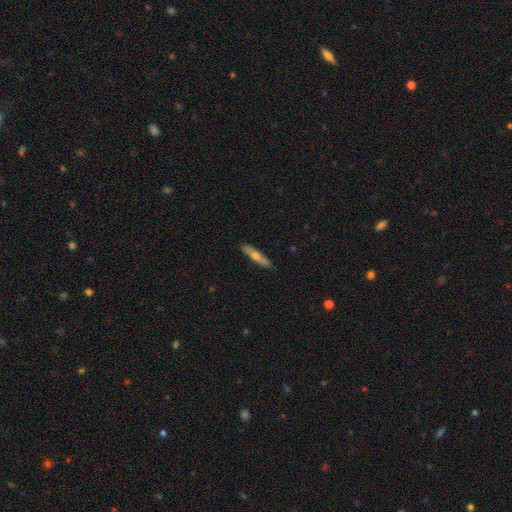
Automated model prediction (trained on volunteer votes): This appears to be a smooth galaxy with no disk features (57%) that is cigar-shaped (83%). Merging: none (88%).